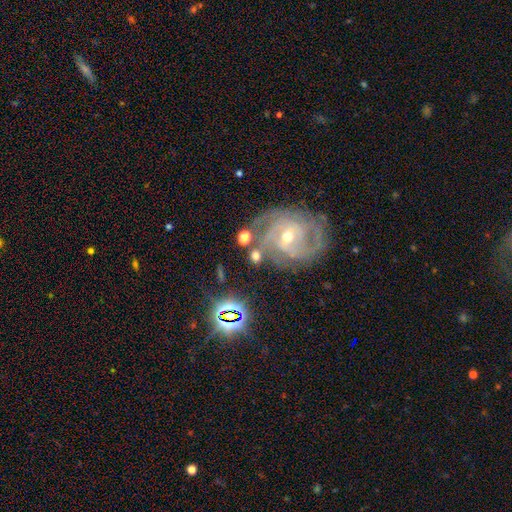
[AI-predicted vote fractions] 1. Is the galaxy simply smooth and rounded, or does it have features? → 59% featured or disk, 27% smooth, 13% star or artifact.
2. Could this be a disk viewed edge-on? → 96% no, 4% yes.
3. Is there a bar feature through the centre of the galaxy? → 41% weak, 38% no, 21% strong.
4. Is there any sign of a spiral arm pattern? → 89% yes, 11% no.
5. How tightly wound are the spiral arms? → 47% tight, 42% medium, 11% loose.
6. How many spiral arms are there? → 33% 2, 29% 3, 19% can't tell, 8% 4, 6% 1, 5% more than 4.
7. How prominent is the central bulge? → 53% moderate, 38% small, 6% large, 2% none, 2% dominant.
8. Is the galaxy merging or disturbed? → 61% none, 18% minor disturbance, 11% major disturbance, 10% merger.